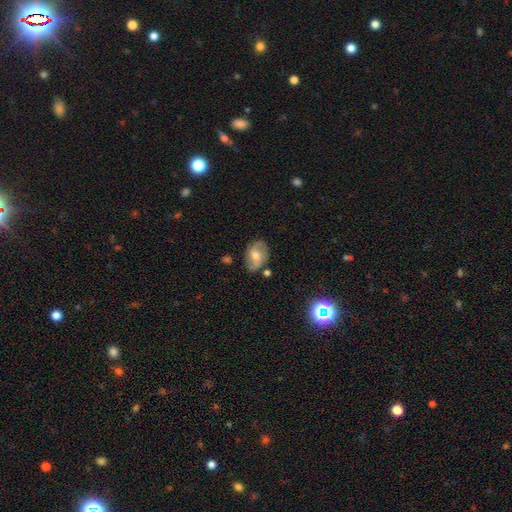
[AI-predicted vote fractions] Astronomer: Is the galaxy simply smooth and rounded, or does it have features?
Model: featured or disk — 58% (runner-up: smooth, 34%).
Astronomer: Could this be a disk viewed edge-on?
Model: no — 96%.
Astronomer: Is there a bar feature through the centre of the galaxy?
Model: weak — 44% (runner-up: no, 40%).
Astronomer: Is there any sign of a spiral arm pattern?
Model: yes — 80%.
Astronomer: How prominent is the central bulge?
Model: moderate — 68%.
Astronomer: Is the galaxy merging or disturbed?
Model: none — 75%.